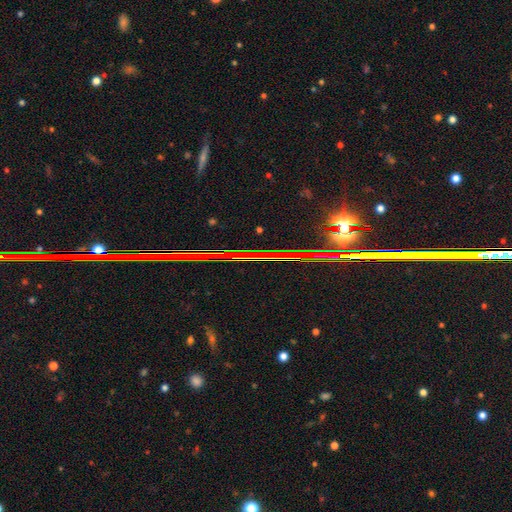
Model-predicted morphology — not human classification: The model was most divided on "smooth or featured": star or artifact: 80%, featured or disk: 11%, smooth: 9%.